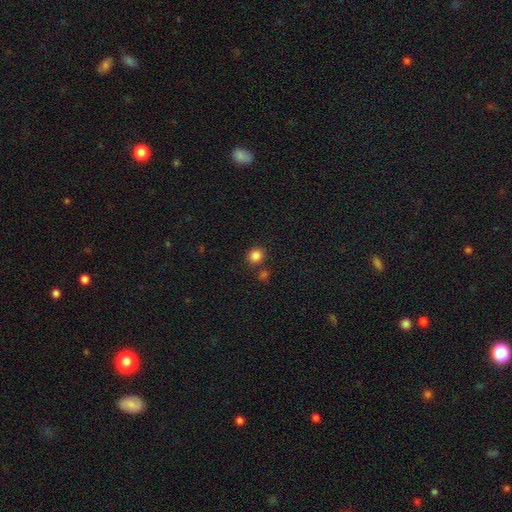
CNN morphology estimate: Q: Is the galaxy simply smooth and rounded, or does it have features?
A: smooth — 85%.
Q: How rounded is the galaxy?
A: round — 82%.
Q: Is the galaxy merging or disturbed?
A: none — 79%.